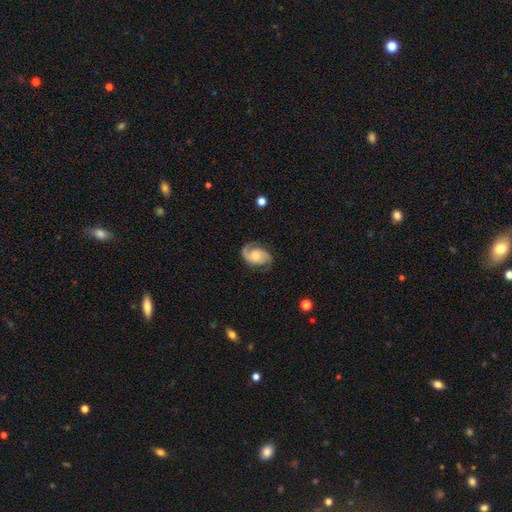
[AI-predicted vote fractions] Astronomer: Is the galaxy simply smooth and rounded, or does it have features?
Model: featured or disk — 84%.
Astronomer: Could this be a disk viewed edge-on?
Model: no — 98%.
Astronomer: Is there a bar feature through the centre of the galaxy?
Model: no — 63%.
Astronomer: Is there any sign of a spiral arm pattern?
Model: yes — 97%.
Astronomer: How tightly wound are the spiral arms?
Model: medium — 51% (runner-up: tight, 28%).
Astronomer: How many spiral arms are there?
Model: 2 — 90%.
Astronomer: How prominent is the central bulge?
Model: moderate — 49% (runner-up: small, 28%).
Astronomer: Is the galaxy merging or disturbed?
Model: none — 77%.